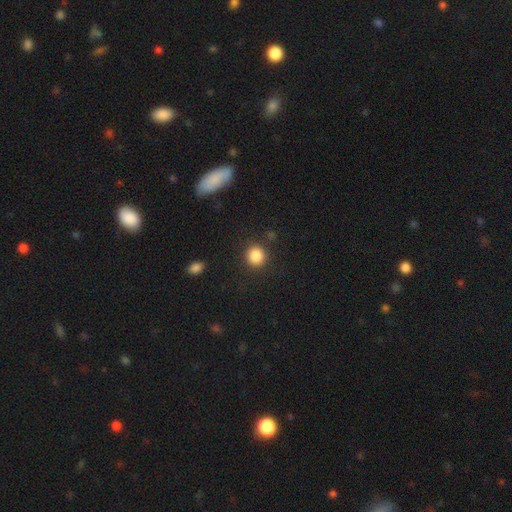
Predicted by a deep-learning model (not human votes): smooth_or_featured: smooth (p=0.87) [alt: star or artifact p=0.10]
how_rounded: round (p=0.90) [alt: in between p=0.09]
merging: none (p=0.88) [alt: minor disturbance p=0.07]